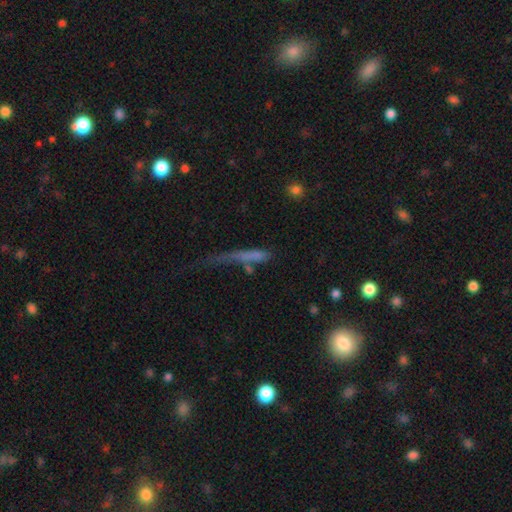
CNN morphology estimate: A smooth galaxy with no disk features (61%) that is cigar-shaped (81%).

Vote fractions:
- Smooth or featured? smooth: 61% / featured or disk: 25% / star or artifact: 14%
- How rounded? cigar-shaped: 81% / in between: 14% / round: 5%
- Merging? none: 36% / major disturbance: 28% / minor disturbance: 21% / merger: 16%